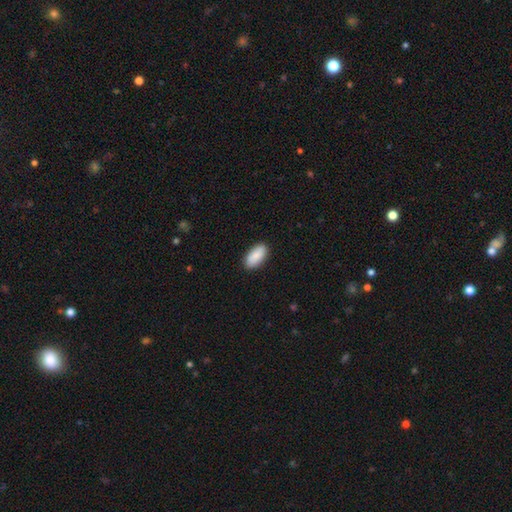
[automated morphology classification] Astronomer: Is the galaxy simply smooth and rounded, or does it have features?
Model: smooth — 88%.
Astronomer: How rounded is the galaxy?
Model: in between — 92%.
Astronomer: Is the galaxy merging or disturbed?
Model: none — 89%.